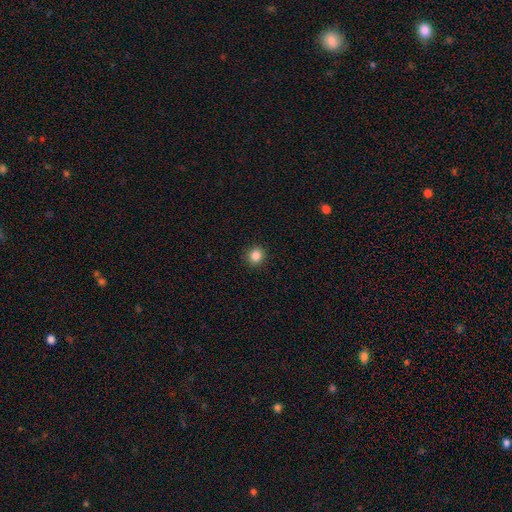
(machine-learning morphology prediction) Q: Smooth or featured?
A: smooth (85%); runner-up: star or artifact (11%)
Q: How rounded?
A: round (88%); runner-up: in between (11%)
Q: Merging?
A: none (91%); runner-up: minor disturbance (6%)